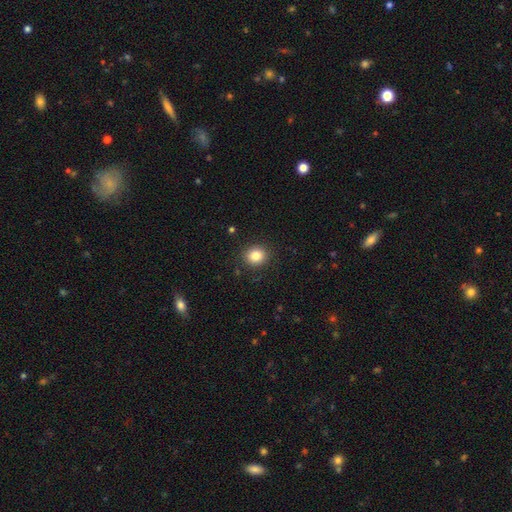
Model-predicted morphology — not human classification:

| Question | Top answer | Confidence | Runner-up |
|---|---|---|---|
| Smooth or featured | smooth | 83% | star or artifact (11%) |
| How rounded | round | 79% | in between (20%) |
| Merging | none | 90% | minor disturbance (7%) |